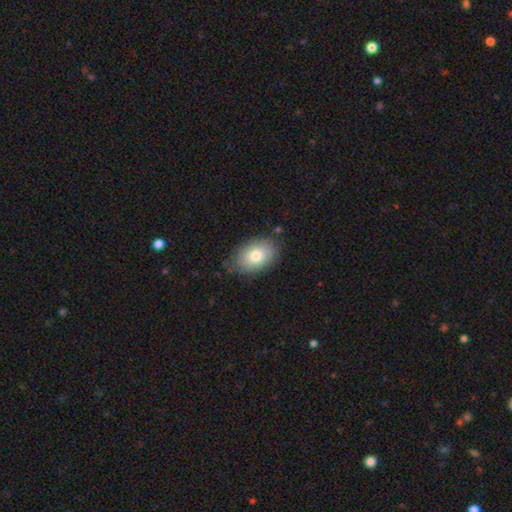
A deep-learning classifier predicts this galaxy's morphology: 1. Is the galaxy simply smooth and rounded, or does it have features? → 79% smooth, 14% featured or disk, 7% star or artifact.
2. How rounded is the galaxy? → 88% in between, 11% round, 1% cigar-shaped.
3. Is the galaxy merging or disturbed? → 79% none, 16% minor disturbance, 3% major disturbance, 2% merger.